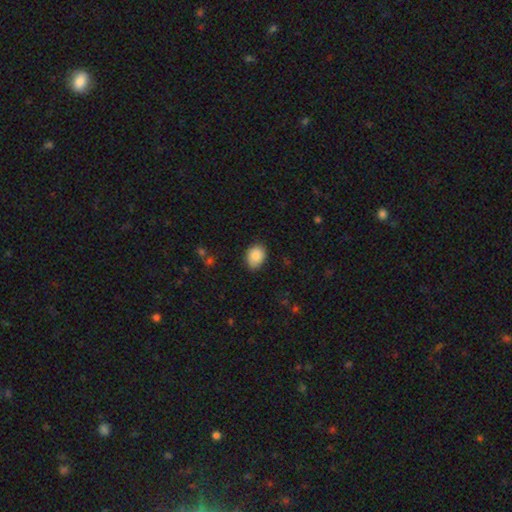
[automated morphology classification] type=smooth (88%); roundness=in between (62%); merging=none (76%).